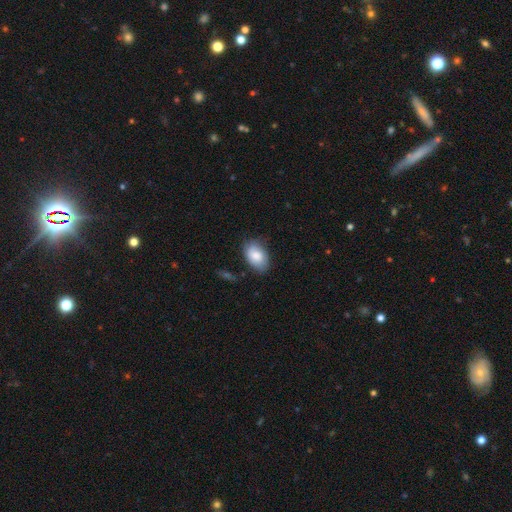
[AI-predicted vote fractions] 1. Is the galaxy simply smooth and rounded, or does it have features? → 79% smooth, 14% featured or disk, 7% star or artifact.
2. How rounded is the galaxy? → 89% in between, 10% round, 1% cigar-shaped.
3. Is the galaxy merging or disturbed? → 71% none, 22% minor disturbance, 5% major disturbance, 2% merger.